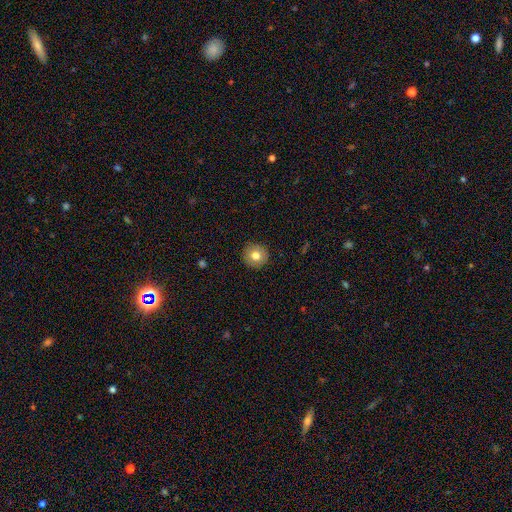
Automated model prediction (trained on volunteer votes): Smooth or featured? Predicted: smooth (p=0.80). How rounded? Predicted: round (p=0.94). Merging? Predicted: none (p=0.92).